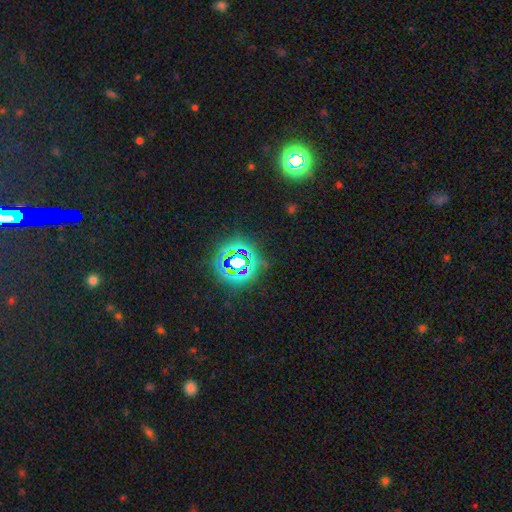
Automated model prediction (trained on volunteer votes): Overall: star or artifact (73%).